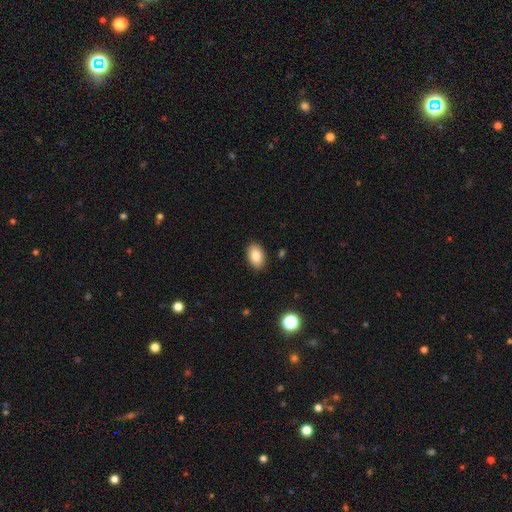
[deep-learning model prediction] Overall: smooth (85%). How rounded: in between (89%). Merging: none (88%).